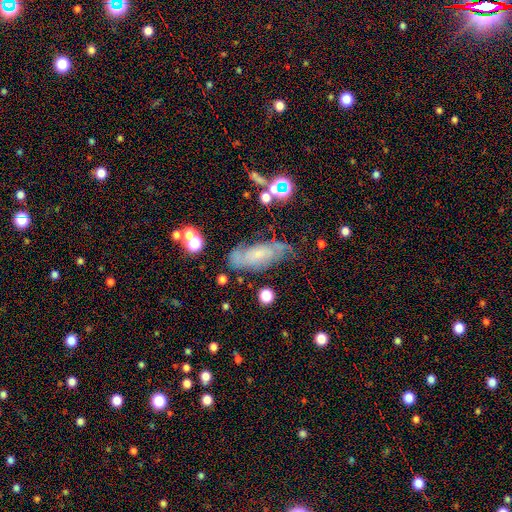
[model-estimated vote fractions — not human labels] Smooth or featured?
  - featured or disk: 63% *
  - smooth: 24%
  - star or artifact: 12%
Edge-on disk?
  - no: 88% *
  - yes: 12%
Bar?
  - no: 65% *
  - weak: 28%
  - strong: 7%
Spiral arms?
  - yes: 89% *
  - no: 11%
Bulge size?
  - small: 65% *
  - moderate: 19%
  - none: 12%
  - large: 2%
  - dominant: 1%
Merging?
  - none: 61% *
  - minor disturbance: 25%
  - major disturbance: 10%
  - merger: 4%